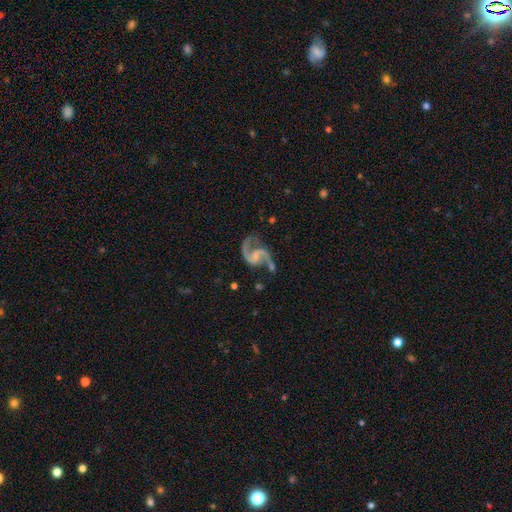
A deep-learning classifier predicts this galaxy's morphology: Smooth or featured?
  - featured or disk: 92% *
  - star or artifact: 4%
  - smooth: 4%
Edge-on disk?
  - no: 98% *
  - yes: 2%
Bar?
  - weak: 47% *
  - no: 38%
  - strong: 15%
Spiral arms?
  - yes: 97% *
  - no: 3%
Spiral winding?
  - medium: 48% *
  - loose: 45%
  - tight: 7%
Spiral arm count?
  - 2: 93% *
  - 1: 2%
  - can't tell: 2%
  - 3: 1%
  - 4: 1%
  - more than 4: 1%
Bulge size?
  - small: 45% *
  - none: 32%
  - moderate: 19%
  - large: 2%
  - dominant: 1%
Merging?
  - none: 62% *
  - minor disturbance: 19%
  - major disturbance: 13%
  - merger: 6%